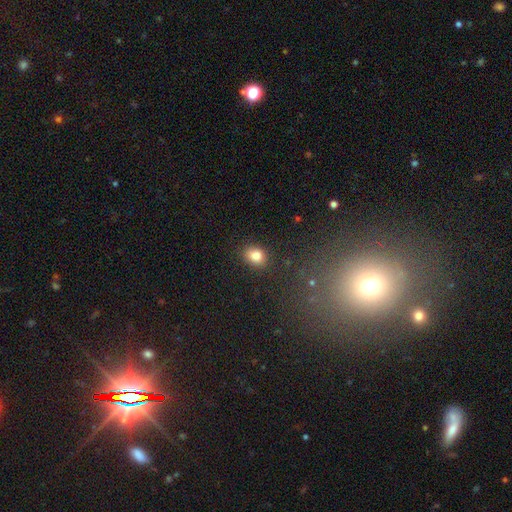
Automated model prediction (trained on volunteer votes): smooth 85%, star or artifact 10%, featured or disk 5%. Down the decision tree: how rounded — in between (61%); merging — none (82%).